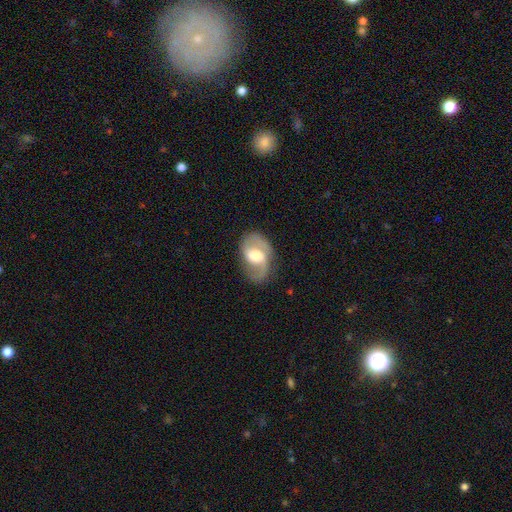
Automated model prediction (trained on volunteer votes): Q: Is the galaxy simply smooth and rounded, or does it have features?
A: featured or disk — 78%.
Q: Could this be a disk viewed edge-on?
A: no — 97%.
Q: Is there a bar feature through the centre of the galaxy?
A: weak — 51%.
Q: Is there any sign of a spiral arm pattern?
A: yes — 92%.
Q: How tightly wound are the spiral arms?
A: medium — 49%.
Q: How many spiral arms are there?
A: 2 — 85%.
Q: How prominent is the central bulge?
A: moderate — 57%.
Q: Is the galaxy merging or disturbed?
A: none — 72%.